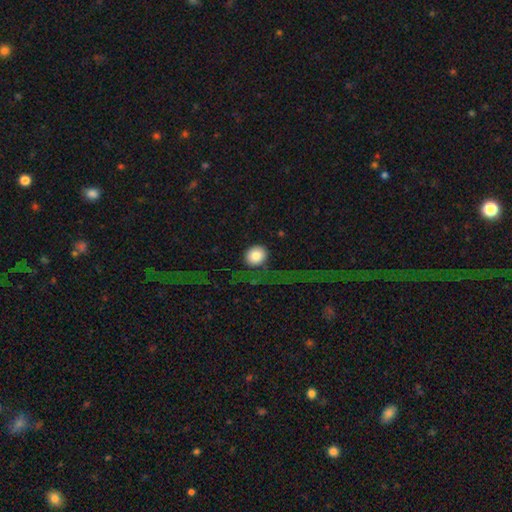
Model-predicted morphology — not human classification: A smooth galaxy with no disk features (83%) that is round (85%). Merging: none (69%).